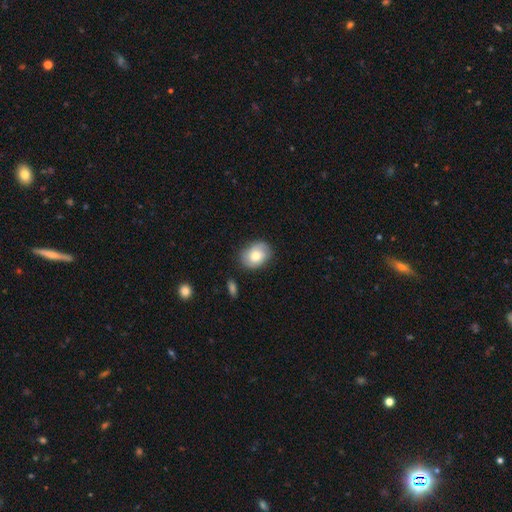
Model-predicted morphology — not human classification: smooth_or_featured: smooth (p=0.65) [alt: featured or disk p=0.27]
how_rounded: in between (p=0.62) [alt: round p=0.37]
merging: none (p=0.79) [alt: minor disturbance p=0.16]